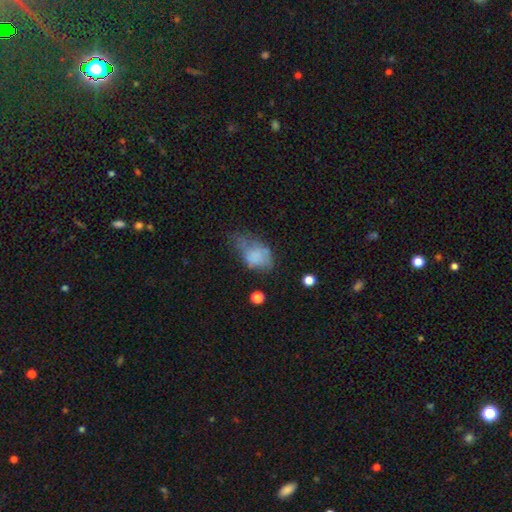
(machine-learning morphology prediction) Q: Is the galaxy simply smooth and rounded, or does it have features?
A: smooth — 63%.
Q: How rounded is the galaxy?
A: in between — 83%.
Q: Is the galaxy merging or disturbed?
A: major disturbance — 37%.